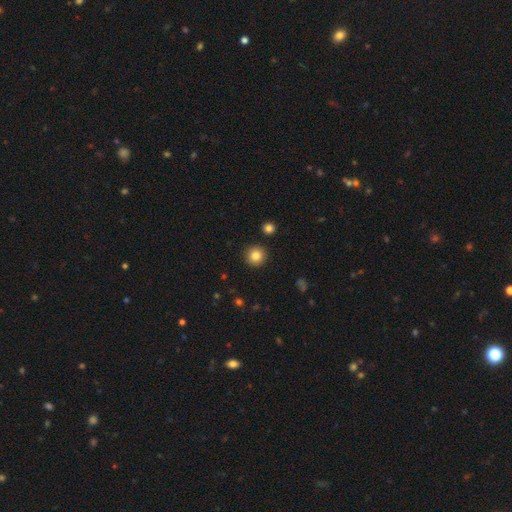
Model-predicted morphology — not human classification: Smooth or featured?
  - smooth: 84% *
  - star or artifact: 10%
  - featured or disk: 6%
How rounded?
  - round: 94% *
  - in between: 5%
  - cigar-shaped: 1%
Merging?
  - none: 92% *
  - minor disturbance: 5%
  - merger: 2%
  - major disturbance: 2%